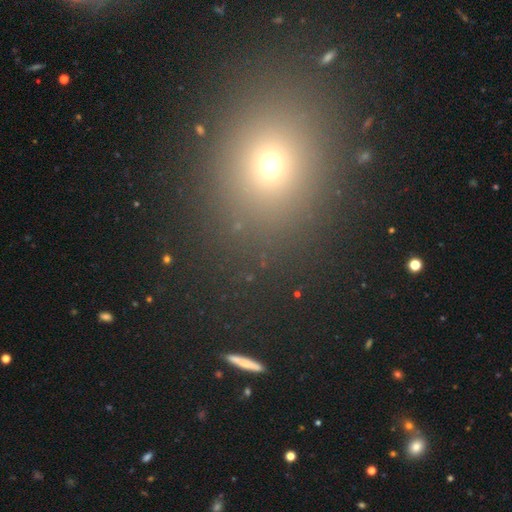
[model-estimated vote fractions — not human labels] smooth-or-featured: smooth: 57% | star or artifact: 34% | featured or disk: 8%
  how-rounded: round: 61% | in between: 37% | cigar-shaped: 2%
  merging: none: 87% | minor disturbance: 7% | major disturbance: 3% | merger: 3%